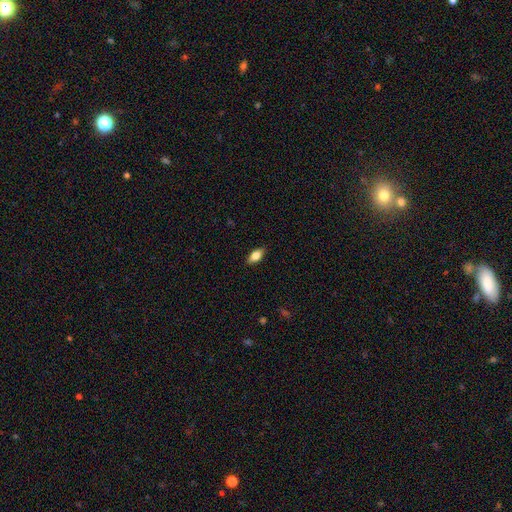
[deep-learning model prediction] smooth-or-featured: smooth: 76% | featured or disk: 16% | star or artifact: 7%
  how-rounded: in between: 86% | cigar-shaped: 10% | round: 4%
  merging: none: 88% | minor disturbance: 9% | major disturbance: 2% | merger: 1%